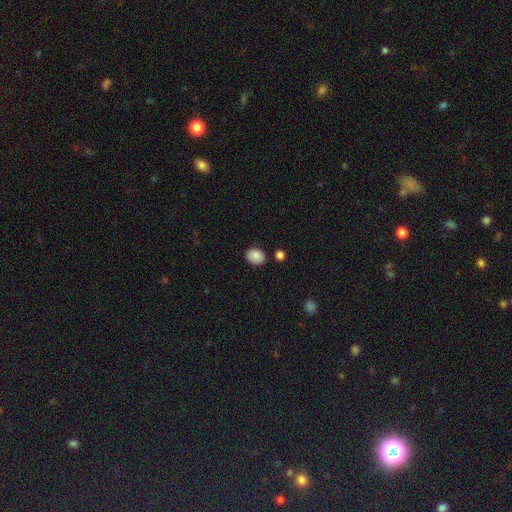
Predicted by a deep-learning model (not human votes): smooth-or-featured: smooth: 87% | star or artifact: 8% | featured or disk: 5%
  how-rounded: in between: 60% | round: 40% | cigar-shaped: 1%
  merging: none: 83% | minor disturbance: 11% | merger: 4% | major disturbance: 2%